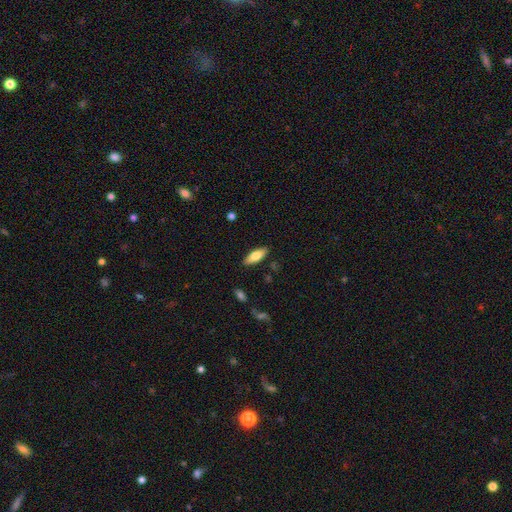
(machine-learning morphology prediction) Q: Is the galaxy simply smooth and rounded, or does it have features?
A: smooth — 71%.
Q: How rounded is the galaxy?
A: in between — 70%.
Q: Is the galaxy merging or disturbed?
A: none — 87%.